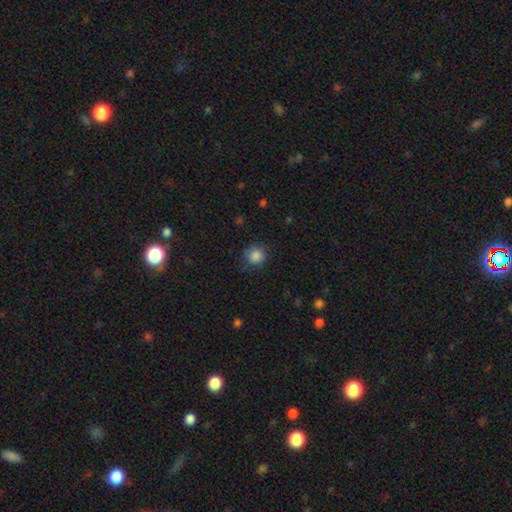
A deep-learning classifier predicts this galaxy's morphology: Smooth or featured? Predicted: smooth (p=0.86). How rounded? Predicted: round (p=0.90). Merging? Predicted: none (p=0.79).